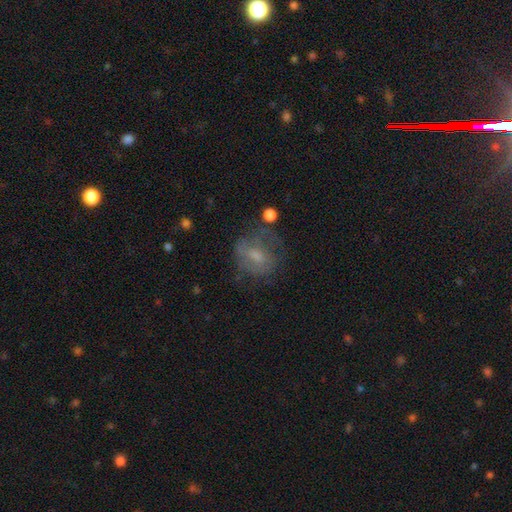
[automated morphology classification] A smooth galaxy with no disk features (49%).

Vote fractions:
- Smooth or featured? smooth: 49% / featured or disk: 38% / star or artifact: 12%
- Merging? none: 51% / minor disturbance: 23% / major disturbance: 22% / merger: 4%